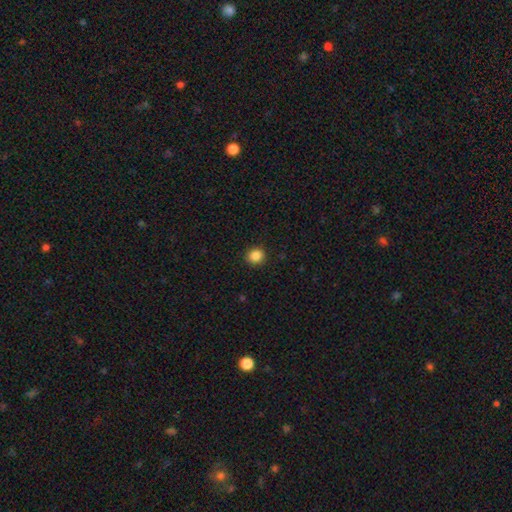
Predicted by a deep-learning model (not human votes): Smooth or featured? Predicted: smooth (p=0.86). How rounded? Predicted: round (p=0.88). Merging? Predicted: none (p=0.92).